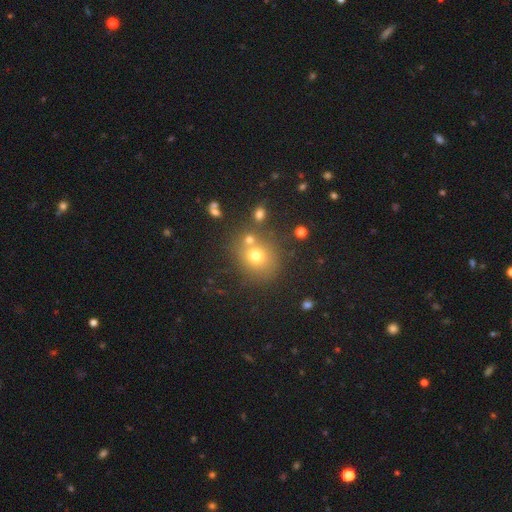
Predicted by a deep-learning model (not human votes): Overall: smooth (70%). How rounded: round (78%). Merging: none (66%).